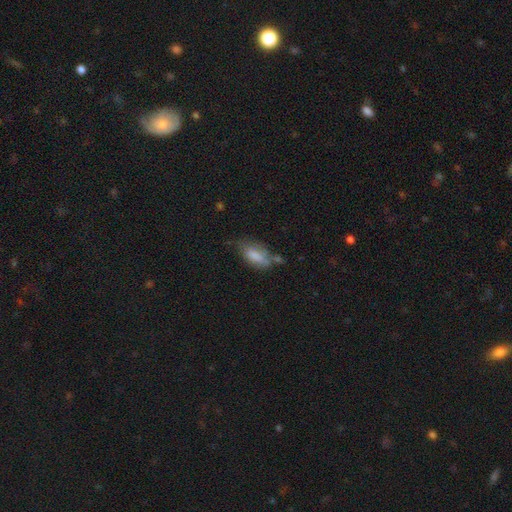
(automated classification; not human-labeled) smooth 77%, featured or disk 15%, star or artifact 8%. Down the decision tree: how rounded — in between (82%); merging — none (47%).